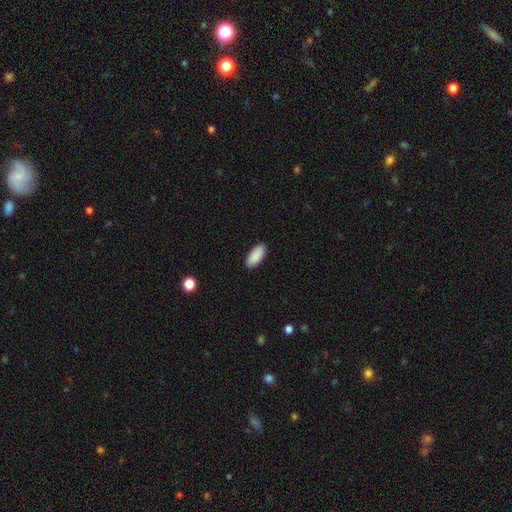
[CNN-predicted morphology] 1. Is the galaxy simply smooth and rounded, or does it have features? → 91% smooth, 6% star or artifact, 3% featured or disk.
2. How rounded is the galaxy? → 90% in between, 8% cigar-shaped, 2% round.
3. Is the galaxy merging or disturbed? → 90% none, 7% minor disturbance, 2% major disturbance, 1% merger.